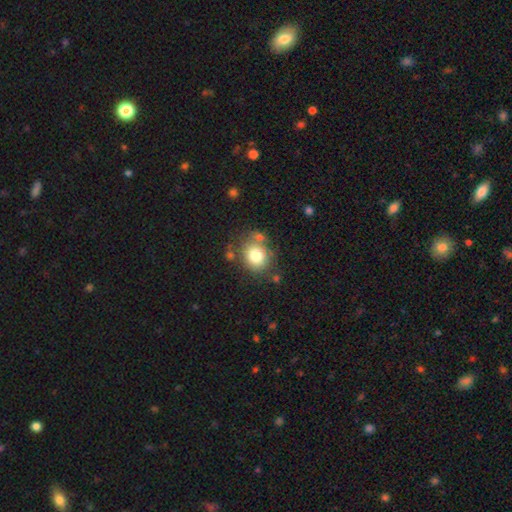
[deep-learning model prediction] Overall: smooth (79%). How rounded: round (66%; in between 34%). Merging: none (68%).